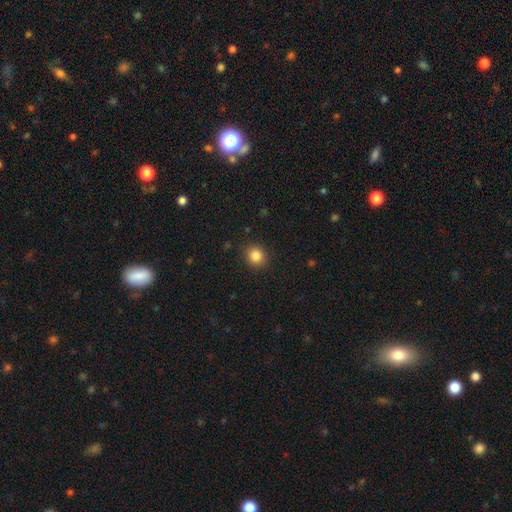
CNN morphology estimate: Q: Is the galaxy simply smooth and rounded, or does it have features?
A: smooth — 85%.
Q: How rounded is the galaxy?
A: round — 85%.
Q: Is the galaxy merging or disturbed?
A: none — 90%.